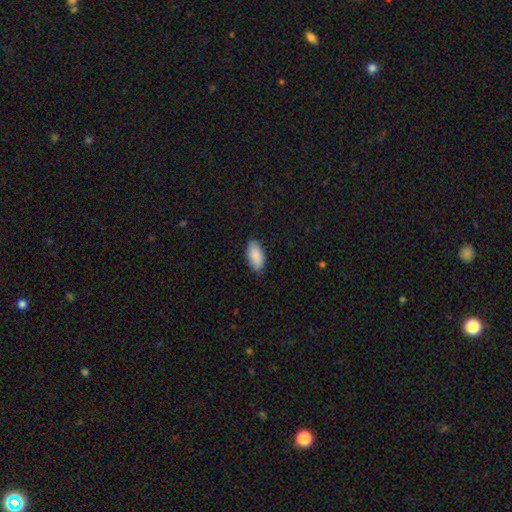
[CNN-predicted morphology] Q: Smooth or featured?
A: smooth (90%); runner-up: star or artifact (6%)
Q: How rounded?
A: in between (93%); runner-up: cigar-shaped (5%)
Q: Merging?
A: none (85%); runner-up: minor disturbance (12%)